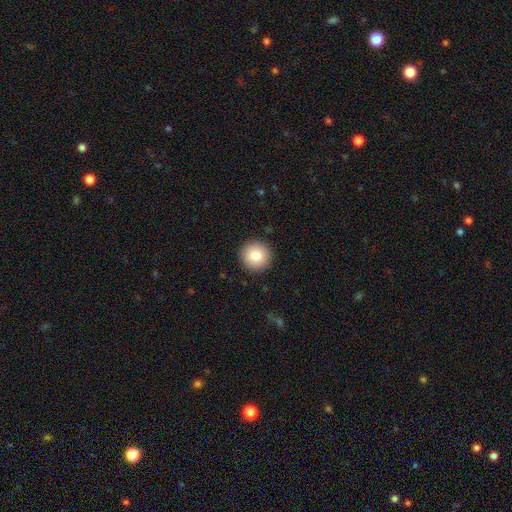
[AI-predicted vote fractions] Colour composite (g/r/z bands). It shows a smooth galaxy with no disk features (82%) that is round (96%). Merging: none (92%).